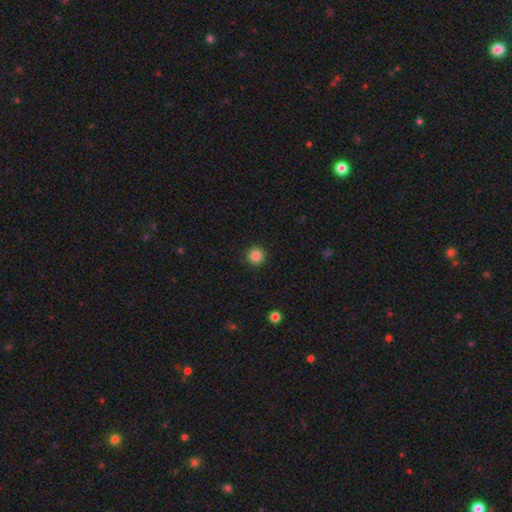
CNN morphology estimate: Smooth or featured: smooth — 86% (star or artifact — 10%)
How rounded: round — 95% (in between — 4%)
Merging: none — 92% (minor disturbance — 5%)